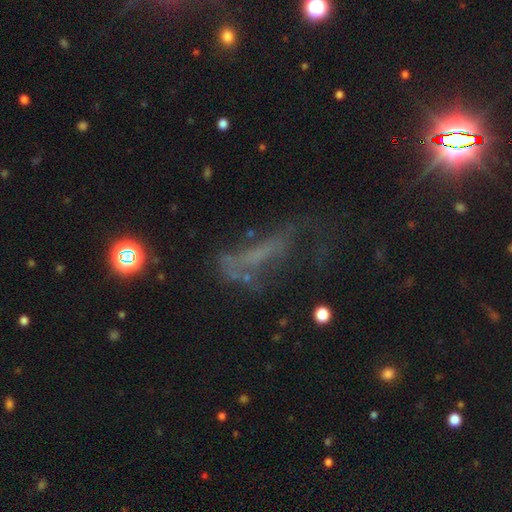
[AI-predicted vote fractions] Smooth or featured: featured or disk — 42% (star or artifact — 36%)
Merging: major disturbance — 42% (none — 33%)